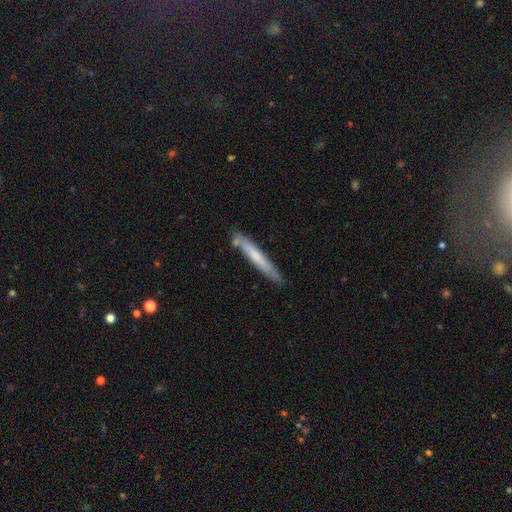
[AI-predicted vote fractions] smooth_or_featured: smooth (p=0.58) [alt: featured or disk p=0.36]
how_rounded: cigar-shaped (p=0.96) [alt: in between p=0.03]
merging: none (p=0.81) [alt: minor disturbance p=0.13]